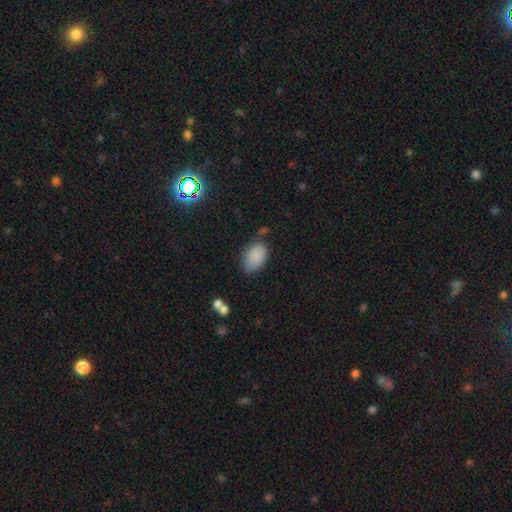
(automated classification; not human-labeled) Smooth or featured? smooth (86%)
How rounded? in between (87%)
Merging? none (65%)